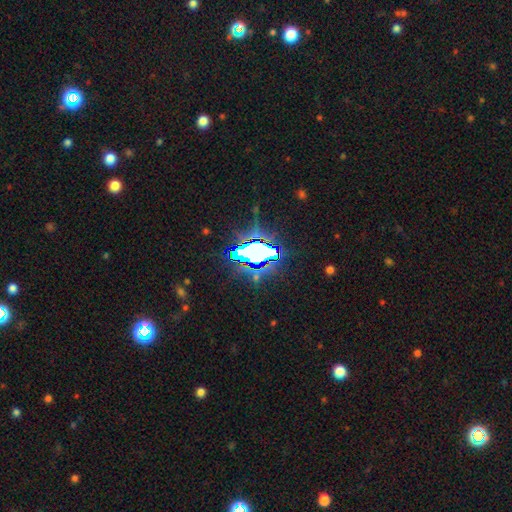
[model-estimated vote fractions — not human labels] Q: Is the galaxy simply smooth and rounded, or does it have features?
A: star or artifact — 69%.